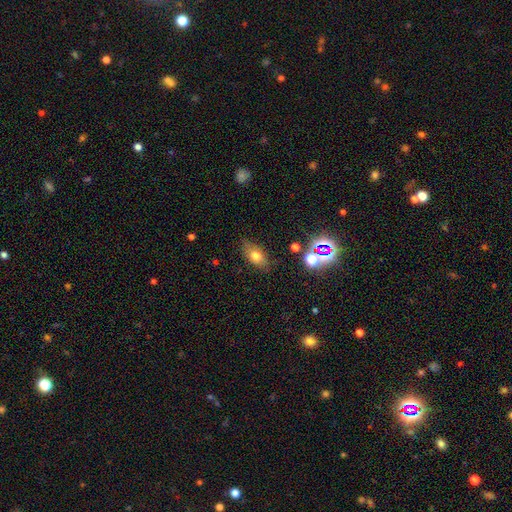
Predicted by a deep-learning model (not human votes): The model was most divided on "smooth or featured": smooth: 70%, featured or disk: 16%, star or artifact: 15%. More confident: how rounded — in between (84%); merging — none (81%).